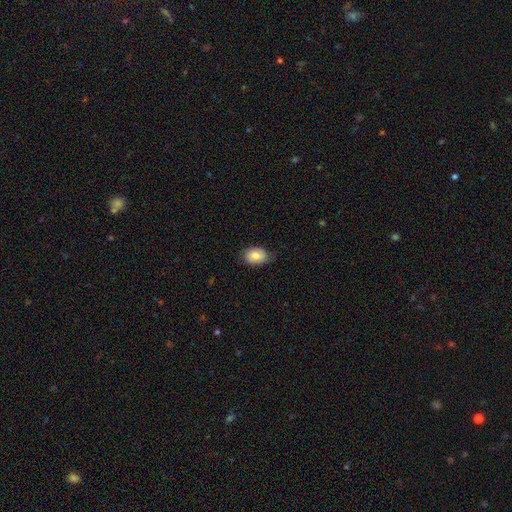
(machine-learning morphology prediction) smooth_or_featured: smooth (p=0.80) [alt: featured or disk p=0.12]
how_rounded: in between (p=0.81) [alt: round p=0.17]
merging: none (p=0.71) [alt: minor disturbance p=0.24]